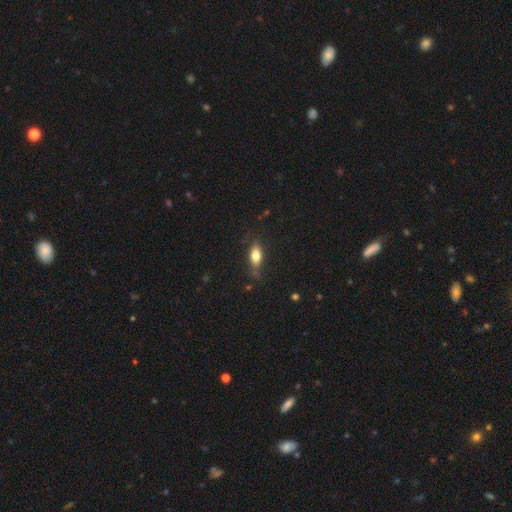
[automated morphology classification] A smooth galaxy with no disk features (74%) that is in between round and cigar-shaped (78%).

Vote fractions:
- Smooth or featured? smooth: 74% / featured or disk: 18% / star or artifact: 8%
- How rounded? in between: 78% / cigar-shaped: 17% / round: 5%
- Merging? none: 69% / minor disturbance: 22% / major disturbance: 6% / merger: 2%